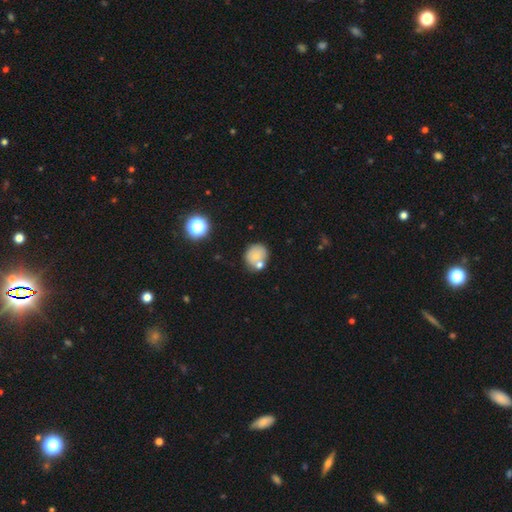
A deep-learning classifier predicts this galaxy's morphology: Q: Smooth or featured?
A: smooth (71%); runner-up: featured or disk (17%)
Q: How rounded?
A: round (84%); runner-up: in between (15%)
Q: Merging?
A: none (59%); runner-up: merger (24%)